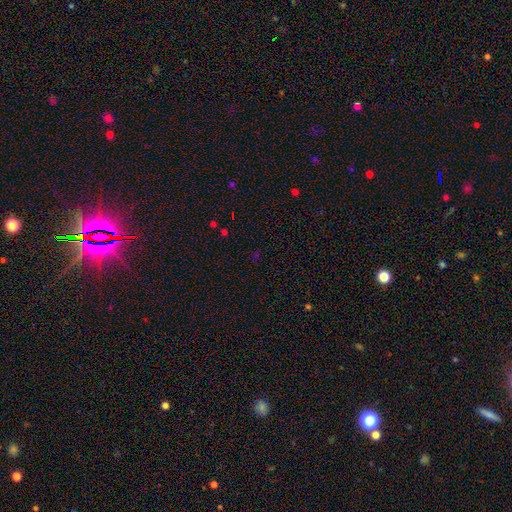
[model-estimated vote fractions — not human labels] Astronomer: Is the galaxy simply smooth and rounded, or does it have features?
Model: star or artifact — 64%.